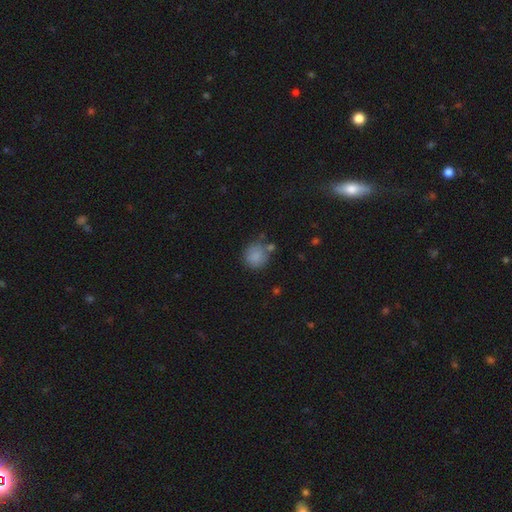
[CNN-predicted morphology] Q: Smooth or featured?
A: smooth (84%); runner-up: star or artifact (9%)
Q: How rounded?
A: round (87%); runner-up: in between (12%)
Q: Merging?
A: none (69%); runner-up: minor disturbance (16%)